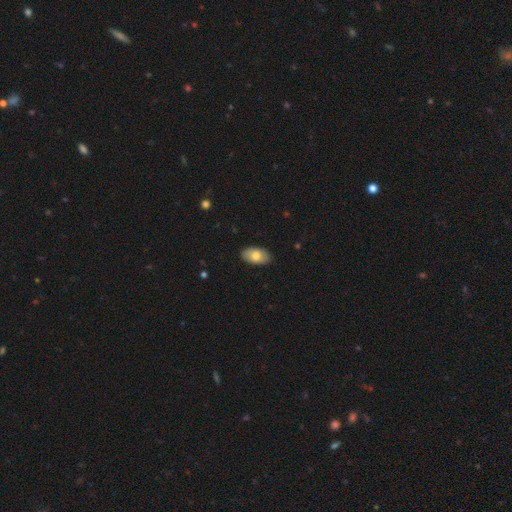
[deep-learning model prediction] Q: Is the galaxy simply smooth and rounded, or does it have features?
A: smooth — 77%.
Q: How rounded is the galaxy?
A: in between — 94%.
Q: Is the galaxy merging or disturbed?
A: none — 86%.